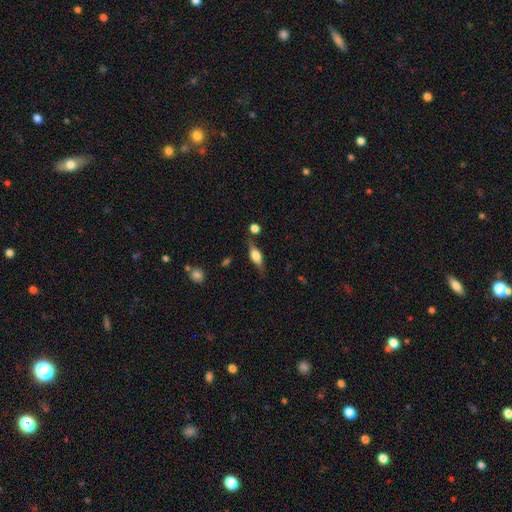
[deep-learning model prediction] This is possibly a smooth galaxy (53%). How rounded: likely in between (67%). Merging: likely none (70%).